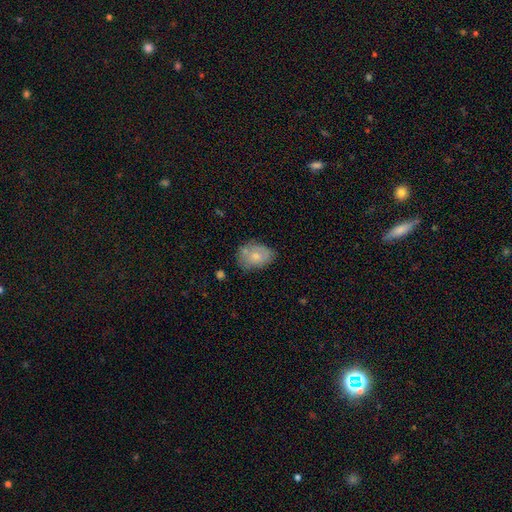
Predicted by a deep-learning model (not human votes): This is likely a smooth galaxy (72%). How rounded: likely in between (79%). Merging: possibly none (60%).